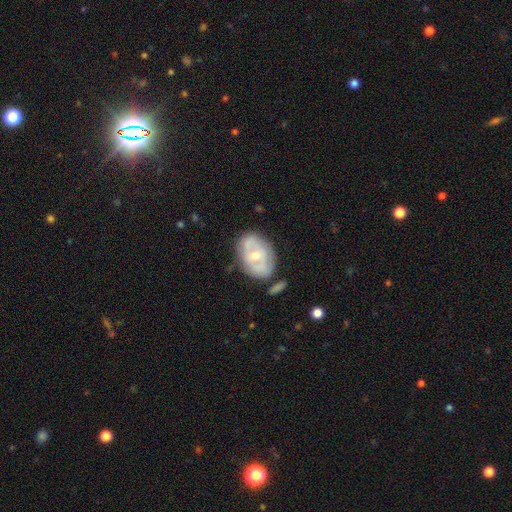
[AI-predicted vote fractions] A featured or disk galaxy (61%) with no bar (49%), no spiral arms (53%) and a moderate central bulge (53%).

Vote fractions:
- Smooth or featured? featured or disk: 61% / smooth: 33% / star or artifact: 6%
- Edge-on disk? no: 95% / yes: 5%
- Bar? no: 49% / weak: 37% / strong: 14%
- Spiral arms? no: 53% / yes: 47%
- Bulge size? moderate: 53% / small: 42% / large: 2% / none: 2% / dominant: 1%
- Merging? none: 65% / minor disturbance: 21% / merger: 7% / major disturbance: 7%